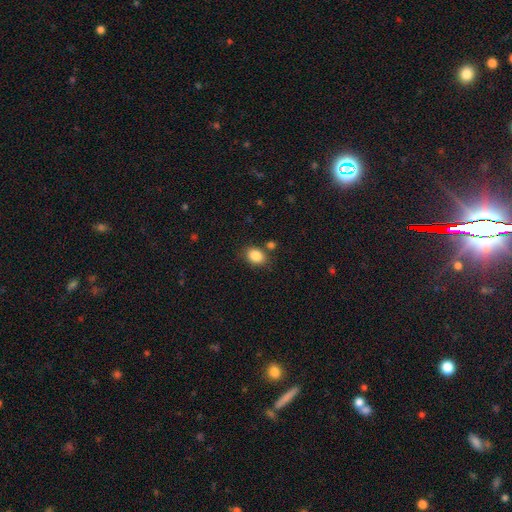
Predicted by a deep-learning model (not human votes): A smooth galaxy with no disk features (86%) that is in between round and cigar-shaped (66%).

Vote fractions:
- Smooth or featured? smooth: 86% / star or artifact: 9% / featured or disk: 5%
- How rounded? in between: 66% / round: 33% / cigar-shaped: 1%
- Merging? none: 77% / minor disturbance: 12% / merger: 8% / major disturbance: 3%